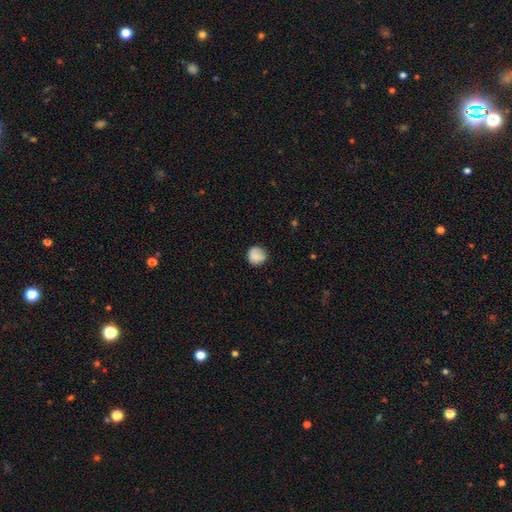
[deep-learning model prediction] smooth-or-featured: smooth: 84% | star or artifact: 8% | featured or disk: 8%
  how-rounded: round: 90% | in between: 9% | cigar-shaped: 1%
  merging: none: 78% | minor disturbance: 17% | major disturbance: 4% | merger: 1%